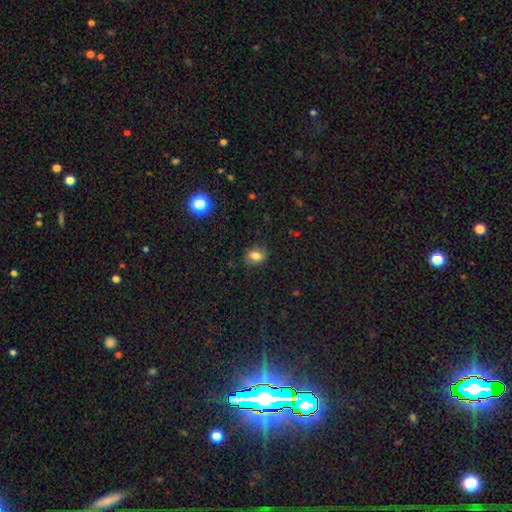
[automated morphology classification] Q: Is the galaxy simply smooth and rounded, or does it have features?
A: smooth — 79%.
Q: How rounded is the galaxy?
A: in between — 58%.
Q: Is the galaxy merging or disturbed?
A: none — 83%.